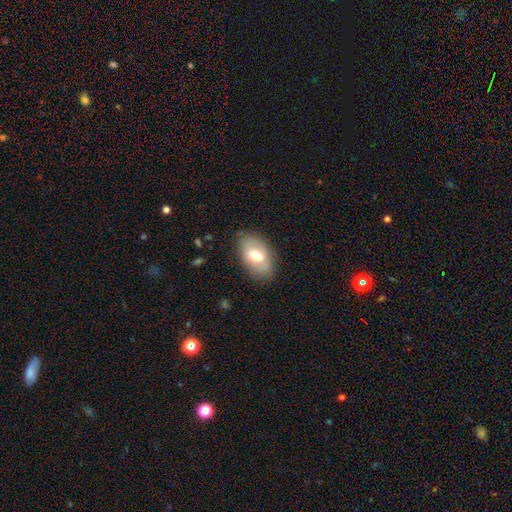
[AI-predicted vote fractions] A smooth galaxy with no disk features (57%) that is in between round and cigar-shaped (91%). Merging: none (79%).